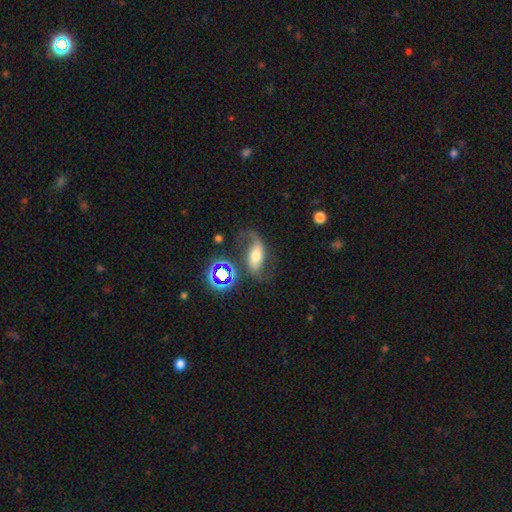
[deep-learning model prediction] smooth-or-featured: featured or disk: 63% | smooth: 24% | star or artifact: 13%
  disk-edge-on: no: 90% | yes: 10%
    bar: no: 39% | strong: 31% | weak: 30%
    has-spiral-arms: yes: 88% | no: 12%
      spiral-winding: loose: 74% | medium: 20% | tight: 6%
      spiral-arm-count: 2: 84% | 1: 9% | can't tell: 4% | 3: 1% | more than 4: 1% | 4: 1%
    bulge-size: moderate: 54% | small: 19% | large: 19% | dominant: 5% | none: 3%
  merging: none: 53% | major disturbance: 20% | minor disturbance: 20% | merger: 6%